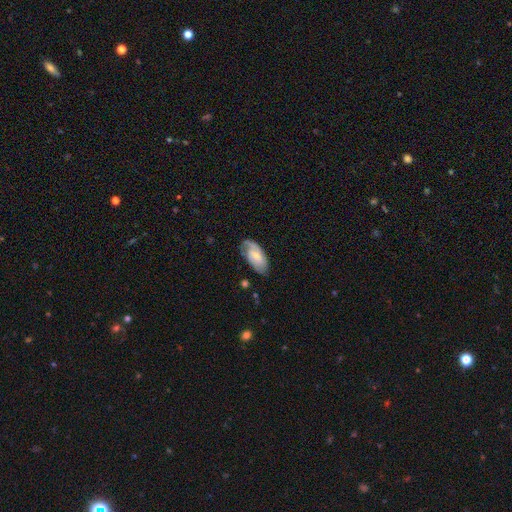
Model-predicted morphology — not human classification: This is possibly a featured or disk galaxy (52%). It is clearly not viewed edge-on (92%). Merging: likely none (63%).